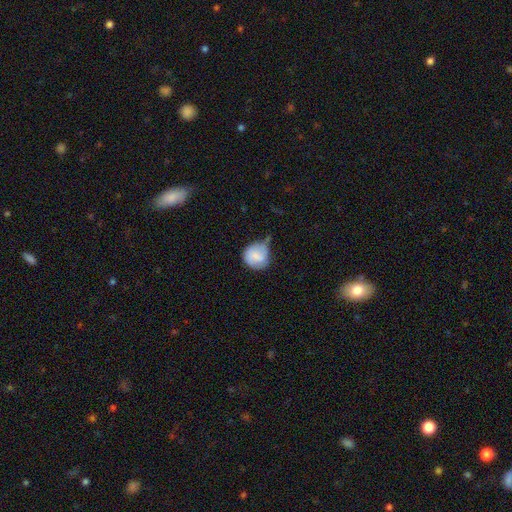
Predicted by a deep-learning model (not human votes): smooth_or_featured: smooth (p=0.76) [alt: featured or disk p=0.16]
how_rounded: round (p=0.86) [alt: in between p=0.13]
merging: minor disturbance (p=0.40) [alt: none p=0.39]